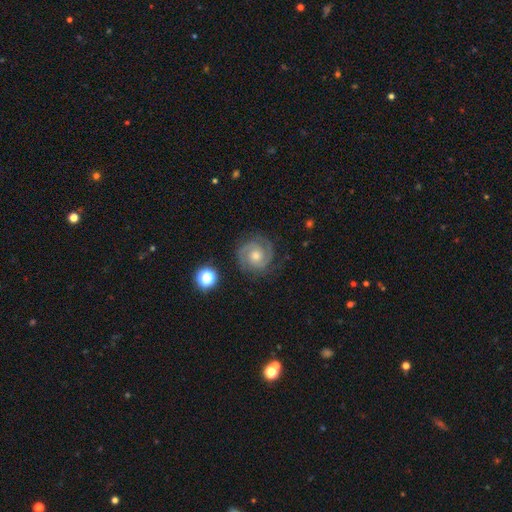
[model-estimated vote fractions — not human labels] A featured or disk galaxy (86%) with no bar (68%), 2 (84%) tight (66%) spiral arms (98%) and a moderate central bulge (59%). Merging: none (84%).